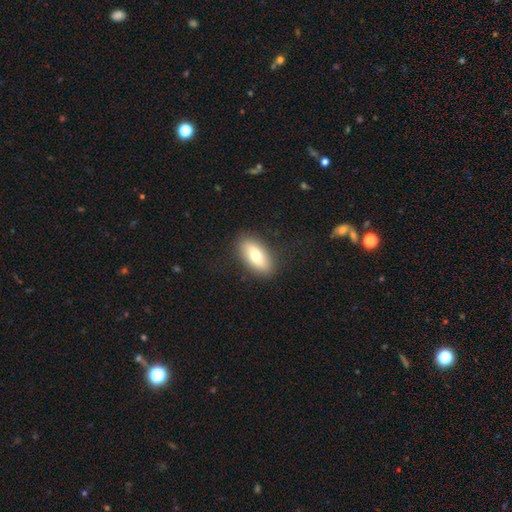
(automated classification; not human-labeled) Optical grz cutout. It shows a smooth galaxy with no disk features (69%) that is in between round and cigar-shaped (88%). Merging: none (88%).